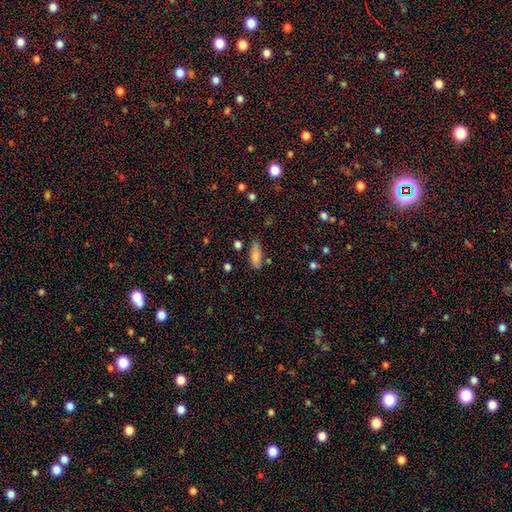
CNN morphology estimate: smooth-or-featured: smooth: 82% | featured or disk: 10% | star or artifact: 8%
  how-rounded: in between: 75% | cigar-shaped: 23% | round: 2%
  merging: none: 69% | minor disturbance: 20% | merger: 6% | major disturbance: 5%